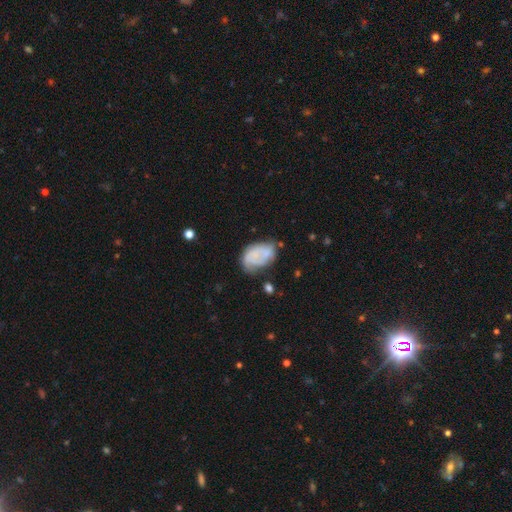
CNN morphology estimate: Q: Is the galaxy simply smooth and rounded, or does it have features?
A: featured or disk — 46%, tied with smooth.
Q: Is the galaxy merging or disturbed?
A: none — 45%.